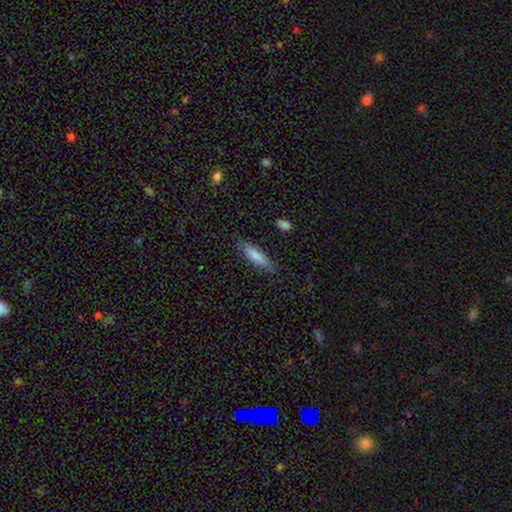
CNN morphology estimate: A smooth galaxy with no disk features (78%) that is cigar-shaped (71%). Merging: none (84%).